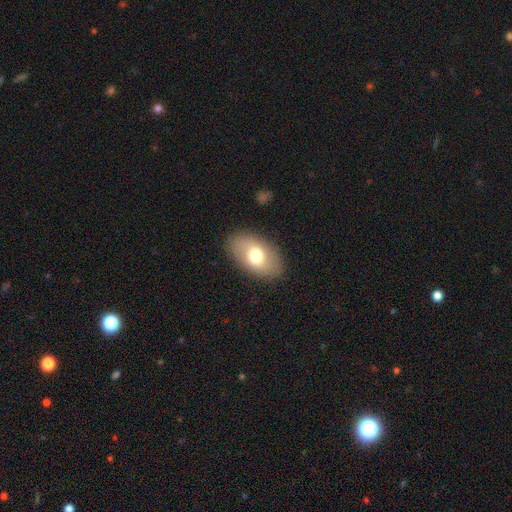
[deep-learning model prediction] This is likely a smooth galaxy (68%). How rounded: clearly in between (90%). Merging: clearly none (86%).